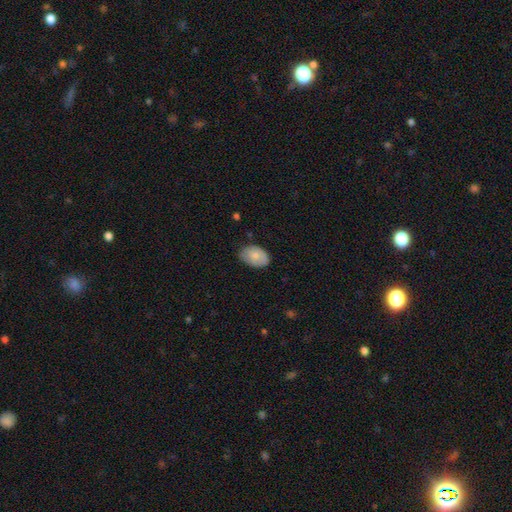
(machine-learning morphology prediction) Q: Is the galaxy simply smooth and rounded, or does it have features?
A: smooth — 78%.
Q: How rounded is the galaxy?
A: in between — 86%.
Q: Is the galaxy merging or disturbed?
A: none — 74%.